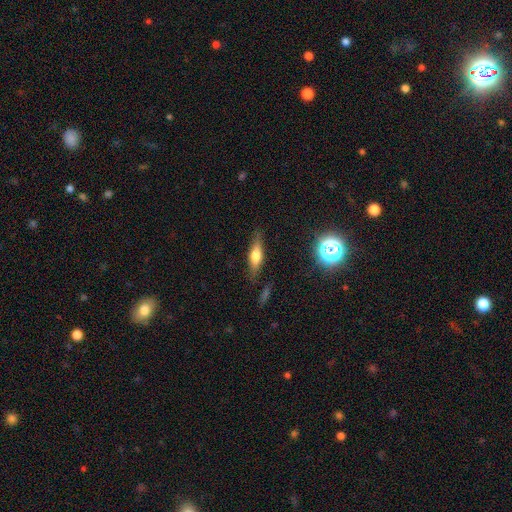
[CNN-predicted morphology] Smooth or featured?
  - smooth: 52% *
  - featured or disk: 38%
  - star or artifact: 10%
How rounded?
  - cigar-shaped: 53% *
  - in between: 43%
  - round: 4%
Merging?
  - none: 80% *
  - minor disturbance: 14%
  - major disturbance: 4%
  - merger: 2%